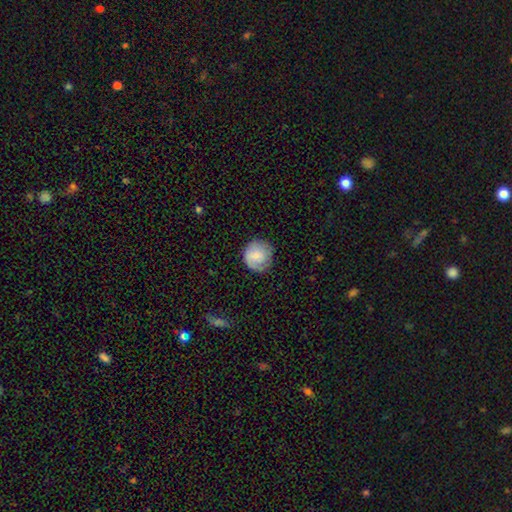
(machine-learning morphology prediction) smooth 70%, featured or disk 24%, star or artifact 7%. Down the decision tree: how rounded — round (91%); merging — none (74%).